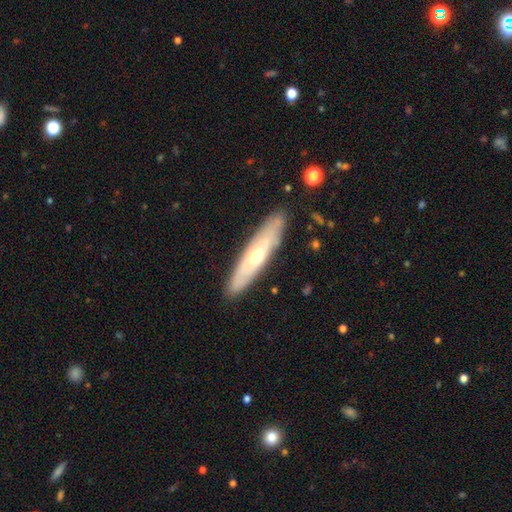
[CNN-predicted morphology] Smooth or featured: featured or disk — 51% (smooth — 43%)
Edge-on disk: yes — 60% (no — 40%)
Merging: none — 86% (minor disturbance — 10%)